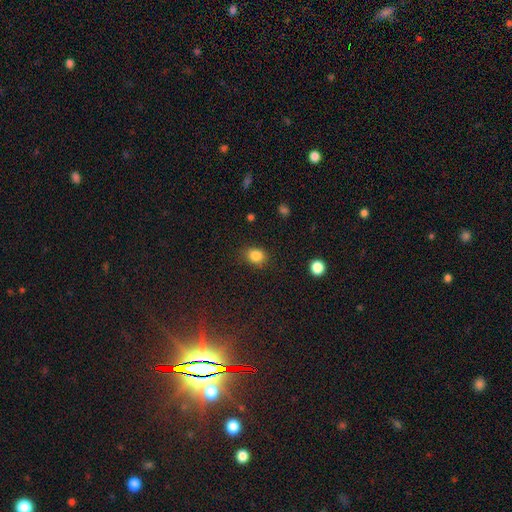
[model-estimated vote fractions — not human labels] Morphology: type=smooth (85%); roundness=round (54%); merging=none (83%).